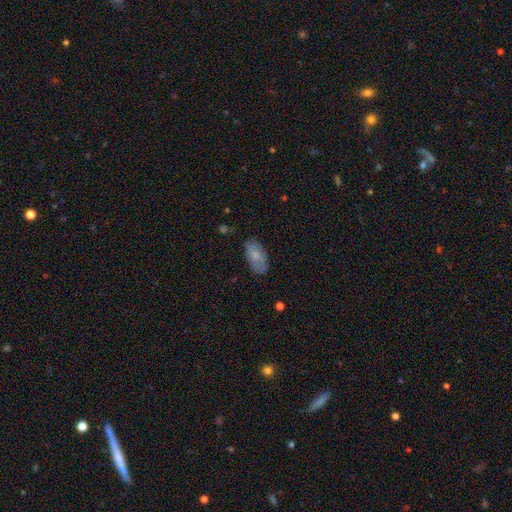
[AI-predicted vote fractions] A smooth galaxy with no disk features (69%) that is in between round and cigar-shaped (93%).

Vote fractions:
- Smooth or featured? smooth: 69% / featured or disk: 24% / star or artifact: 7%
- How rounded? in between: 93% / cigar-shaped: 4% / round: 3%
- Merging? none: 71% / minor disturbance: 22% / major disturbance: 6% / merger: 2%